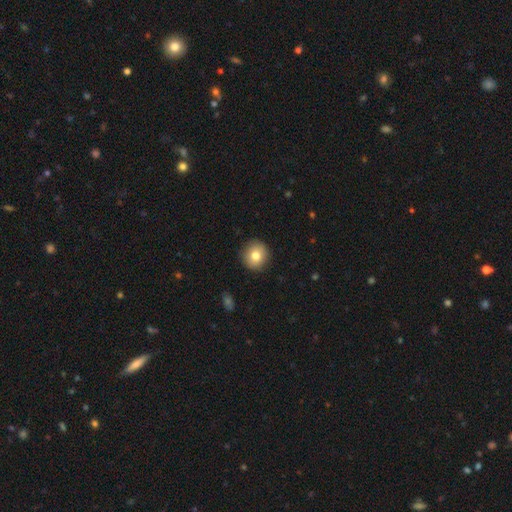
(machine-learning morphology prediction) A smooth galaxy with no disk features (79%) that is round (91%). Merging: none (91%).